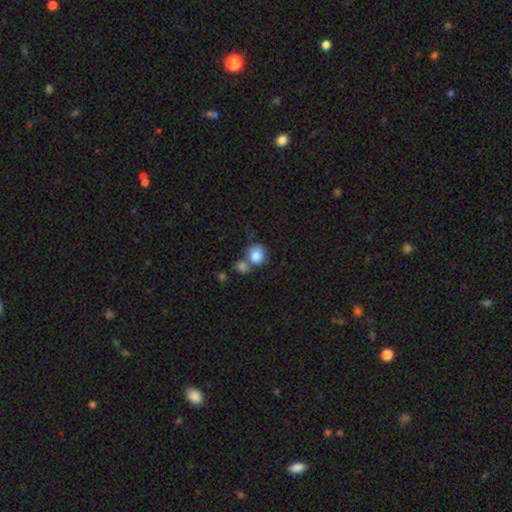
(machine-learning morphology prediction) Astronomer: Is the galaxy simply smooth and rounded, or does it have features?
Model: smooth — 84%.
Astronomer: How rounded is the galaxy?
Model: round — 76%.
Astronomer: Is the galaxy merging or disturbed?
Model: none — 44% (runner-up: merger, 38%).